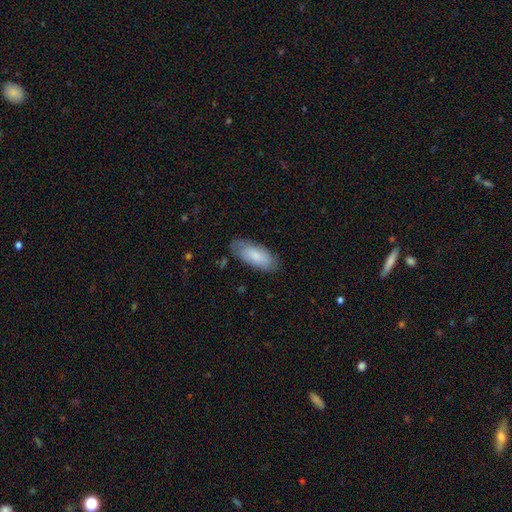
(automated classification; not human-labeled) The model was most divided on "merging": none: 78%, minor disturbance: 17%, major disturbance: 3%, merger: 1%. More confident: how rounded — in between (85%); smooth or featured — smooth (80%).